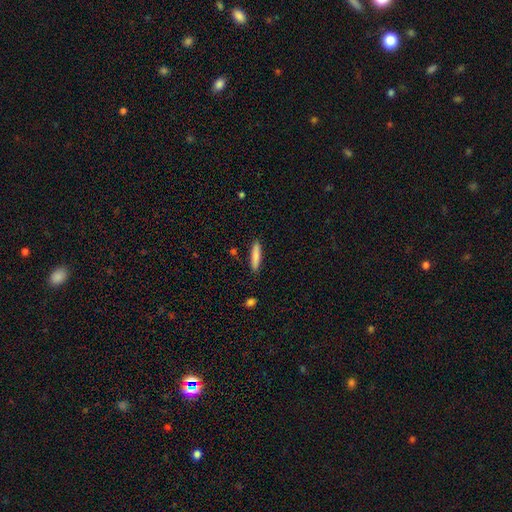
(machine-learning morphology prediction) A smooth galaxy with no disk features (84%) that is cigar-shaped (85%). Merging: none (88%).